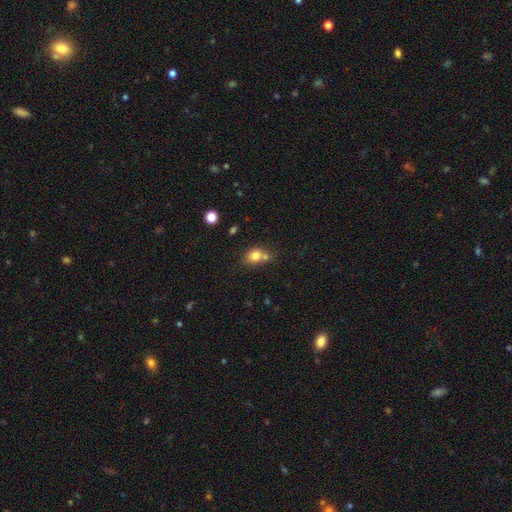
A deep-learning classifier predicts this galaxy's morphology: Smooth or featured: smooth — 78% (star or artifact — 11%)
How rounded: round — 55% (in between — 44%)
Merging: none — 49% (merger — 34%)